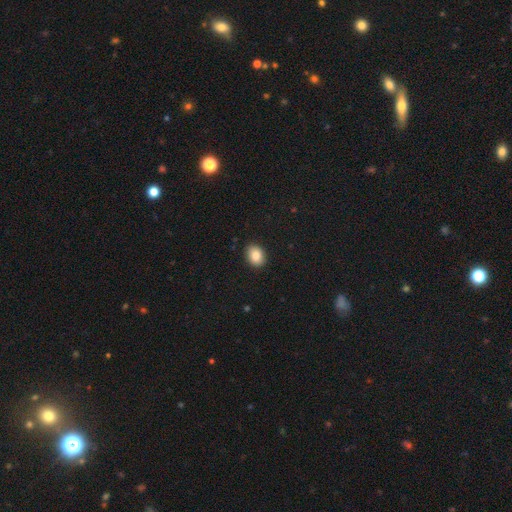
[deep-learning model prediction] Overall: smooth (84%). How rounded: in between (60%; round 39%). Merging: none (90%).